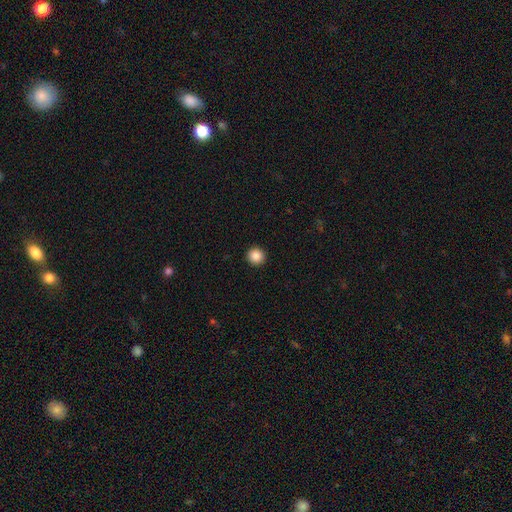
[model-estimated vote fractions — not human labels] Q: Smooth or featured?
A: smooth (88%); runner-up: star or artifact (9%)
Q: How rounded?
A: round (95%); runner-up: in between (4%)
Q: Merging?
A: none (94%); runner-up: minor disturbance (4%)